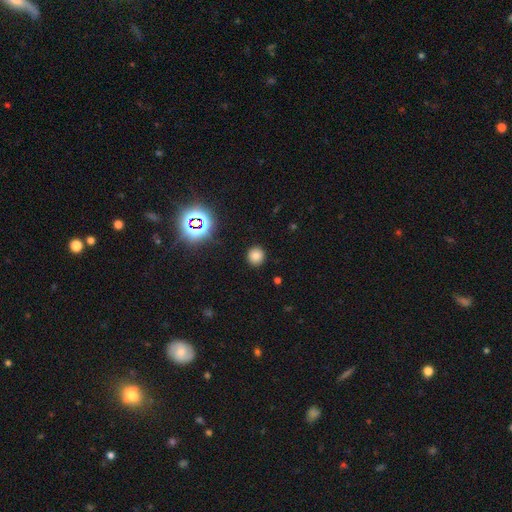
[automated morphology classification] type=smooth (77%); roundness=round (88%); merging=none (90%).